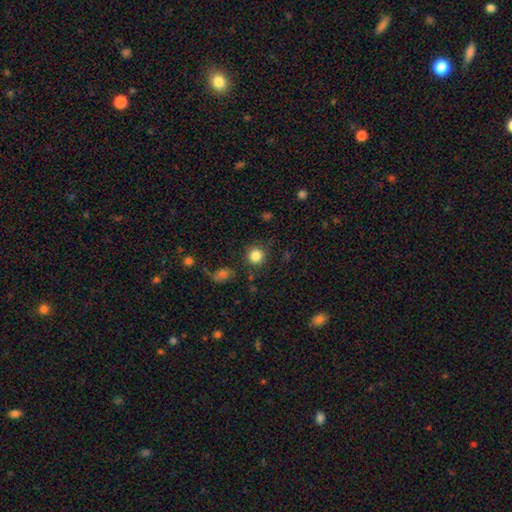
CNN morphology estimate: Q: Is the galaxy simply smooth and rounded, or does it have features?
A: smooth — 84%.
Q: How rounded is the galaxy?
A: round — 93%.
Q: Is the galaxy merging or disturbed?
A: none — 86%.